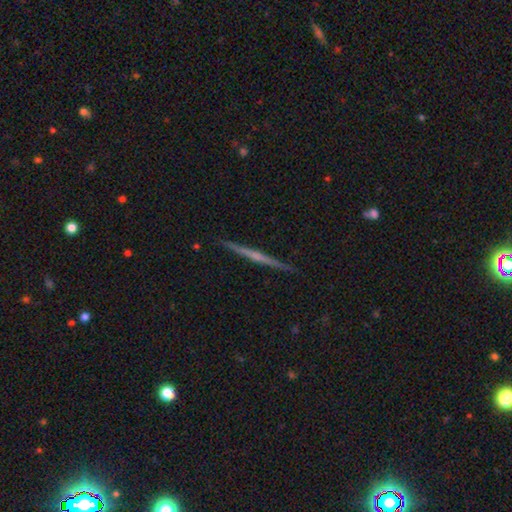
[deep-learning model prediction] Smooth or featured?
  - featured or disk: 74% *
  - smooth: 20%
  - star or artifact: 6%
Edge-on disk?
  - yes: 98% *
  - no: 2%
Edge-on bulge?
  - none: 49% *
  - rounded: 42%
  - boxy: 9%
Merging?
  - none: 92% *
  - minor disturbance: 5%
  - major disturbance: 1%
  - merger: 1%